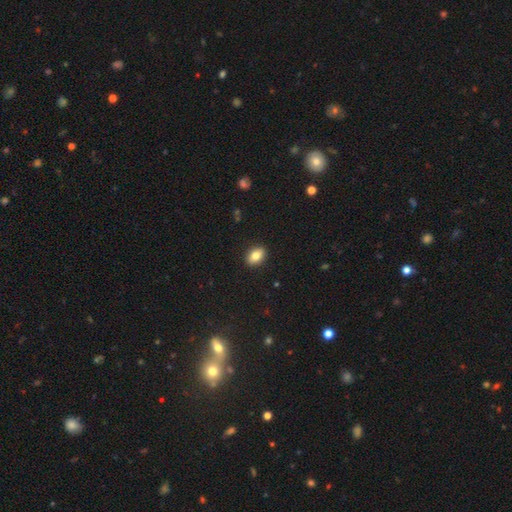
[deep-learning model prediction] Morphology: type=smooth (81%); roundness=in between (81%); merging=none (90%).